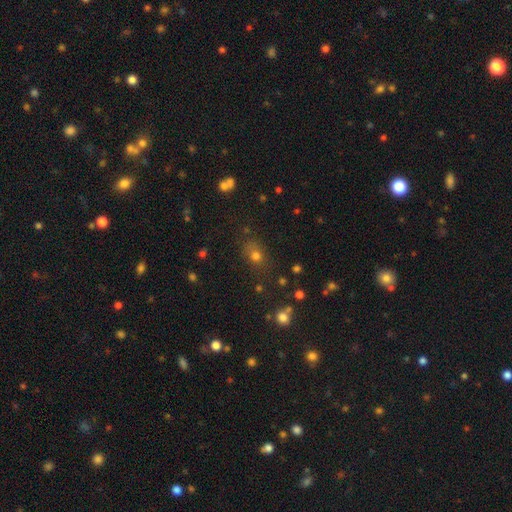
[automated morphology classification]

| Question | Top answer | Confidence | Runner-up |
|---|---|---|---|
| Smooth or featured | smooth | 70% | star or artifact (20%) |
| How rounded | round | 54% | in between (44%) |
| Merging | none | 68% | minor disturbance (18%) |